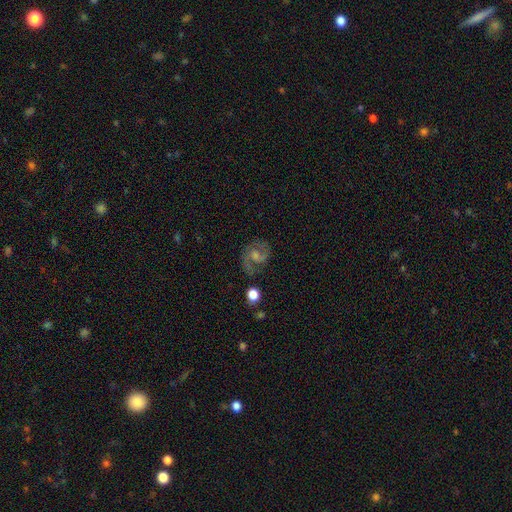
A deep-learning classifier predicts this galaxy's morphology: Q: Smooth or featured?
A: featured or disk (78%); runner-up: smooth (11%)
Q: Edge-on disk?
A: no (98%); runner-up: yes (2%)
Q: Bar?
A: weak (46%); runner-up: no (44%)
Q: Spiral arms?
A: yes (95%); runner-up: no (5%)
Q: Spiral winding?
A: medium (55%); runner-up: tight (25%)
Q: Spiral arm count?
A: 2 (84%); runner-up: can't tell (6%)
Q: Bulge size?
A: moderate (44%); runner-up: small (39%)
Q: Merging?
A: none (73%); runner-up: minor disturbance (15%)